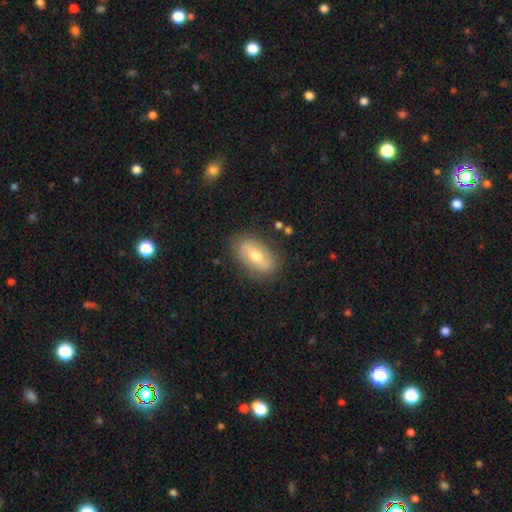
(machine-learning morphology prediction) Smooth or featured? Predicted: smooth (p=0.49). Merging? Predicted: none (p=0.79).